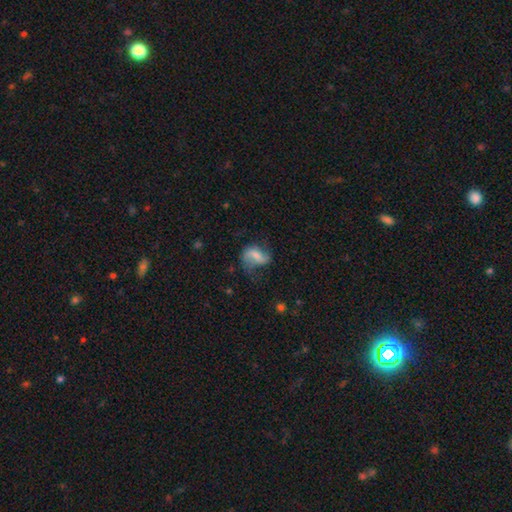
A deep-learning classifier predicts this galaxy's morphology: Smooth or featured? featured or disk (56%)
Edge-on disk? no (96%)
Bar? weak (43%)
Spiral arms? yes (83%)
Bulge size? small (32%, tied with moderate)
Merging? none (47%)